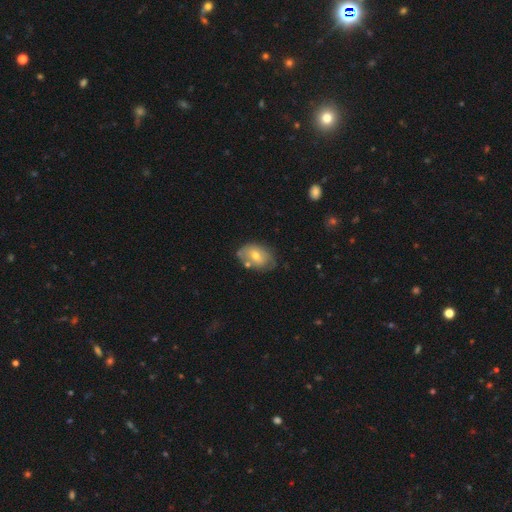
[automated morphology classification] The model was most divided on "smooth or featured": smooth: 50%, featured or disk: 41%, star or artifact: 8%. More confident: how rounded — in between (81%); merging — none (59%).